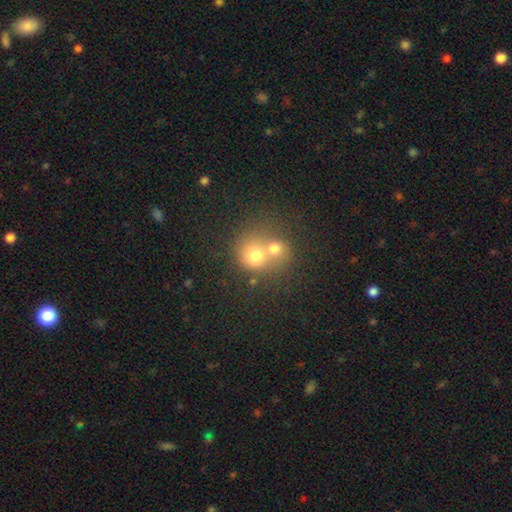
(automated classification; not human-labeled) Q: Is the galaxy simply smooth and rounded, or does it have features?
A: smooth — 68%.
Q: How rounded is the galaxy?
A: round — 79%.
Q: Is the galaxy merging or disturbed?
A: merger — 65%.